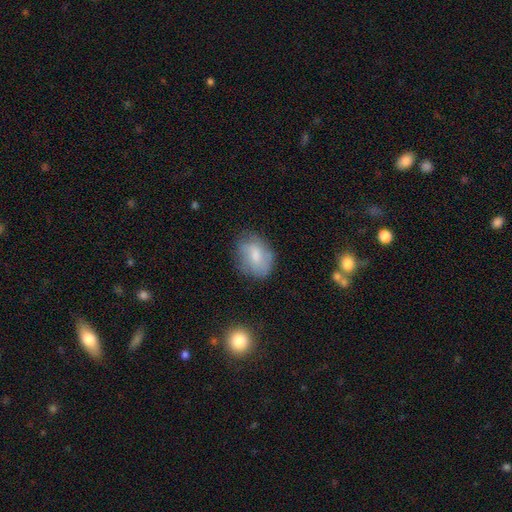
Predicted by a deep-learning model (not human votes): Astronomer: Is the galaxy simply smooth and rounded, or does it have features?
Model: smooth — 63%.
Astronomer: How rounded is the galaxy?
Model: in between — 70%.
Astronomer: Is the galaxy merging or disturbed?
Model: none — 65%.